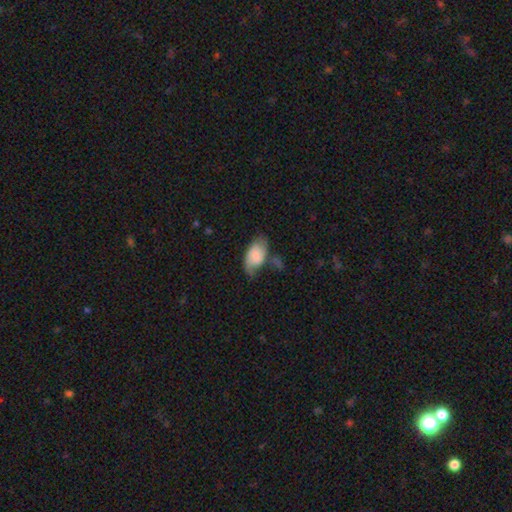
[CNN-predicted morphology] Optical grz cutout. It shows a smooth galaxy with no disk features (54%) that is in between round and cigar-shaped (93%). Merging: none (44%).